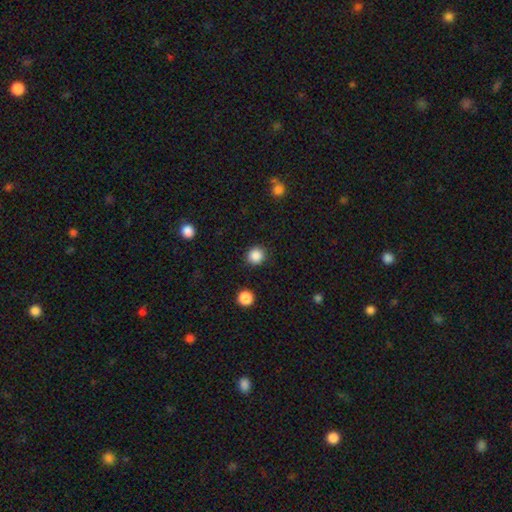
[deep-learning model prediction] A smooth galaxy with no disk features (87%) that is round (90%). Merging: none (89%).